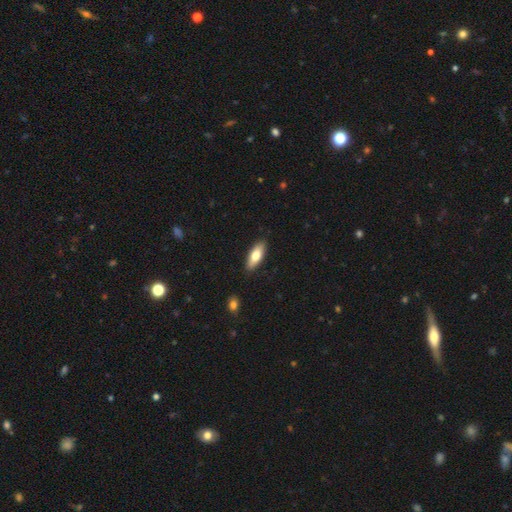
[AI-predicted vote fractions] Morphology: type=smooth (74%); roundness=in between (71%); merging=none (89%).